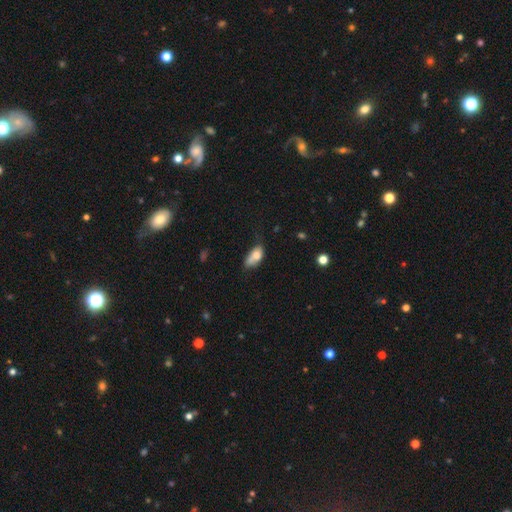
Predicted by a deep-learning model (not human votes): Smooth or featured? smooth (72%)
How rounded? in between (87%)
Merging? minor disturbance (35%)